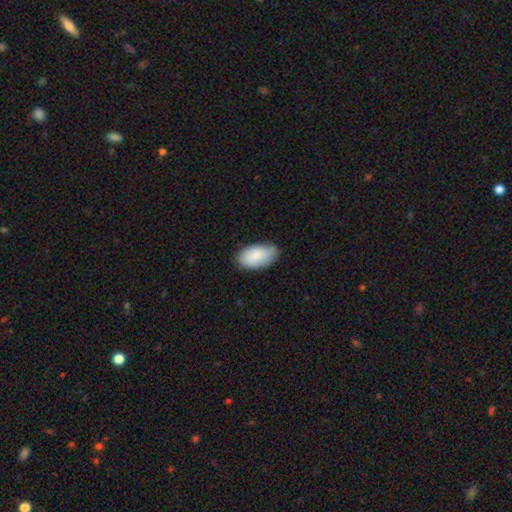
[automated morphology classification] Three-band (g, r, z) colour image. It shows a smooth galaxy with no disk features (84%) that is in between round and cigar-shaped (95%). Merging: none (73%).